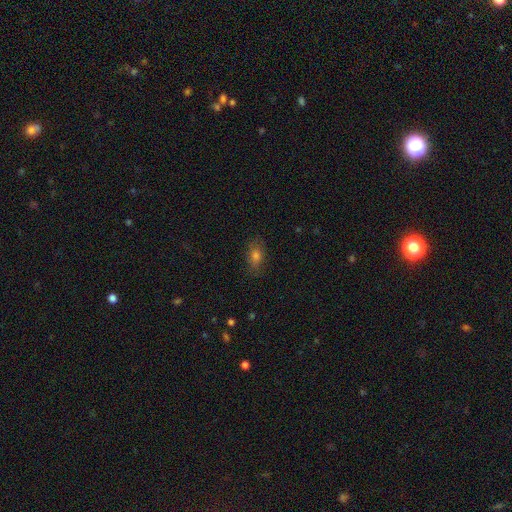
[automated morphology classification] smooth 74%, star or artifact 14%, featured or disk 13%. Down the decision tree: how rounded — in between (81%); merging — none (81%).